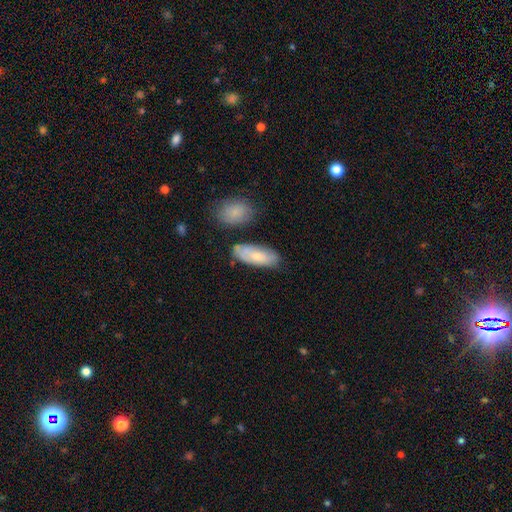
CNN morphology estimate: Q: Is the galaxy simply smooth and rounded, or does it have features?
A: smooth — 67%.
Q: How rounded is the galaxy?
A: in between — 82%.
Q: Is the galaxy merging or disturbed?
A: none — 67%.